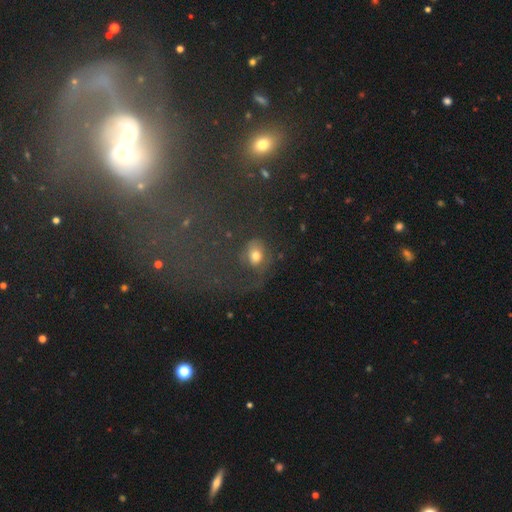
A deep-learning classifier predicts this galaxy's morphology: Smooth or featured? Predicted: smooth (p=0.60). How rounded? Predicted: round (p=0.51). Merging? Predicted: none (p=0.48).